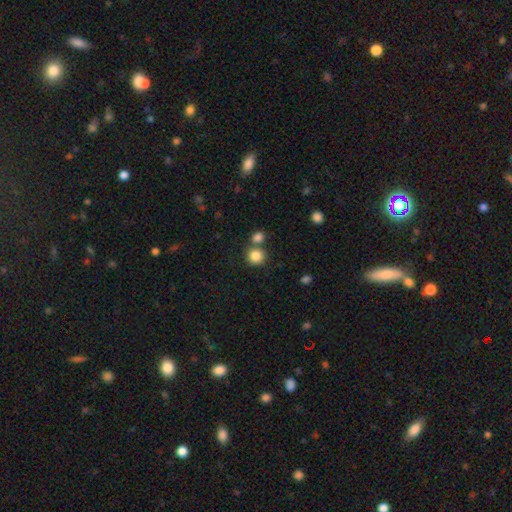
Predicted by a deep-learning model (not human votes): Smooth or featured?
  - smooth: 85% *
  - star or artifact: 10%
  - featured or disk: 5%
How rounded?
  - round: 89% *
  - in between: 10%
  - cigar-shaped: 1%
Merging?
  - none: 65% *
  - merger: 24%
  - minor disturbance: 8%
  - major disturbance: 3%